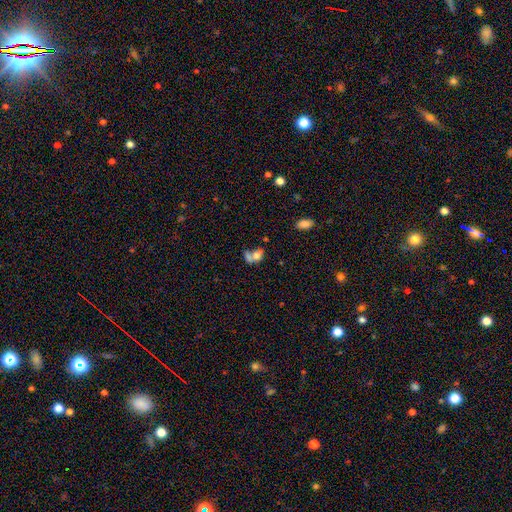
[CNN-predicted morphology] Q: Smooth or featured?
A: smooth (66%); runner-up: featured or disk (23%)
Q: How rounded?
A: in between (66%); runner-up: round (32%)
Q: Merging?
A: merger (54%); runner-up: none (21%)